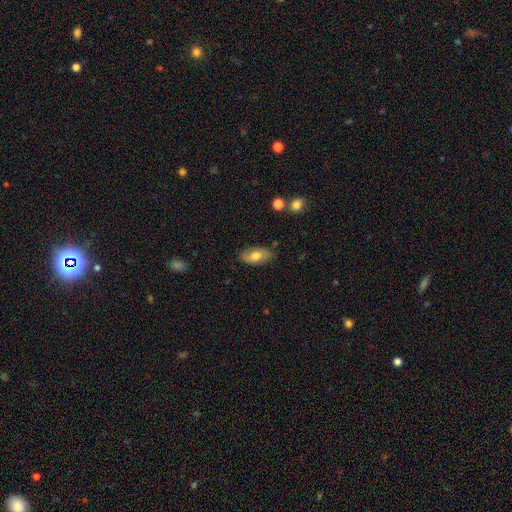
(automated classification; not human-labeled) Morphology: type=smooth (72%); roundness=in between (89%); merging=none (82%).